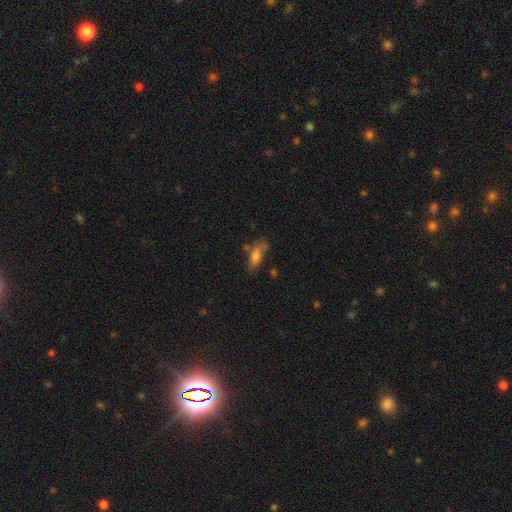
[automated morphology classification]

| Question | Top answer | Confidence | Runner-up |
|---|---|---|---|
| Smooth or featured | smooth | 66% | featured or disk (25%) |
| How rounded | in between | 70% | cigar-shaped (27%) |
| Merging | none | 51% | minor disturbance (26%) |